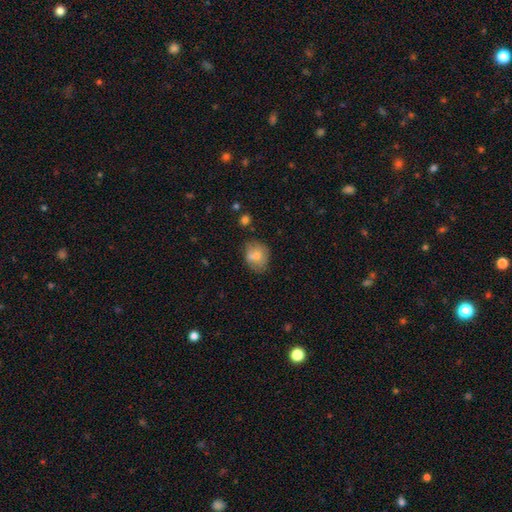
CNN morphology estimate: smooth_or_featured: smooth (p=0.71) [alt: featured or disk p=0.20]
how_rounded: round (p=0.53) [alt: in between p=0.46]
merging: none (p=0.55) [alt: minor disturbance p=0.23]